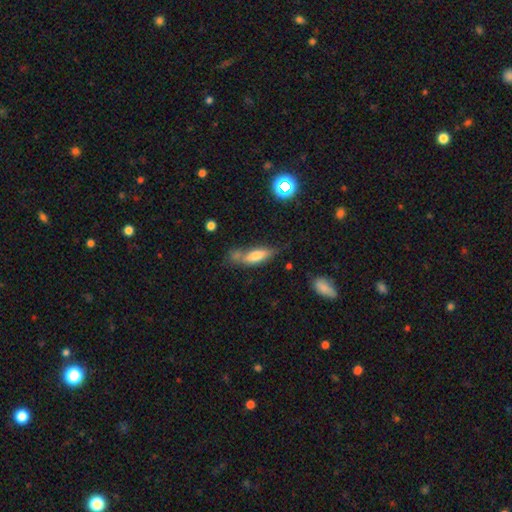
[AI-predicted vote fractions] A smooth galaxy with no disk features (70%) that is cigar-shaped (51%).

Vote fractions:
- Smooth or featured? smooth: 70% / featured or disk: 21% / star or artifact: 8%
- How rounded? cigar-shaped: 51% / in between: 47% / round: 2%
- Merging? none: 51% / minor disturbance: 23% / merger: 16% / major disturbance: 9%